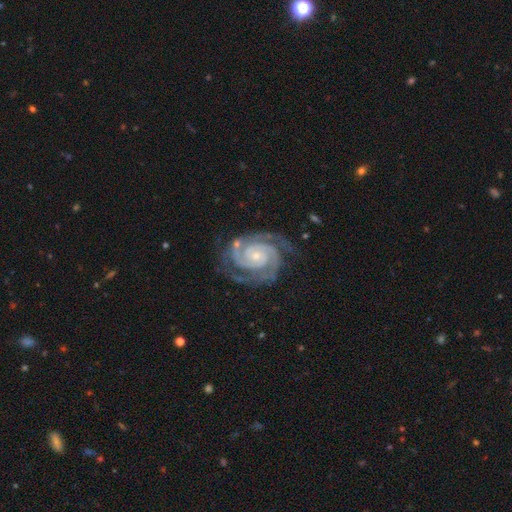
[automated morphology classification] smooth-or-featured: featured or disk: 94% | star or artifact: 4% | smooth: 2%
  disk-edge-on: no: 98% | yes: 2%
    bar: no: 69% | weak: 21% | strong: 11%
    has-spiral-arms: yes: 99% | no: 1%
      spiral-winding: tight: 77% | medium: 21% | loose: 2%
      spiral-arm-count: 2: 78% | 3: 12% | can't tell: 3% | 4: 3% | more than 4: 2% | 1: 2%
    bulge-size: small: 73% | moderate: 22% | none: 2% | large: 1% | dominant: 1%
  merging: none: 78% | minor disturbance: 15% | major disturbance: 5% | merger: 2%